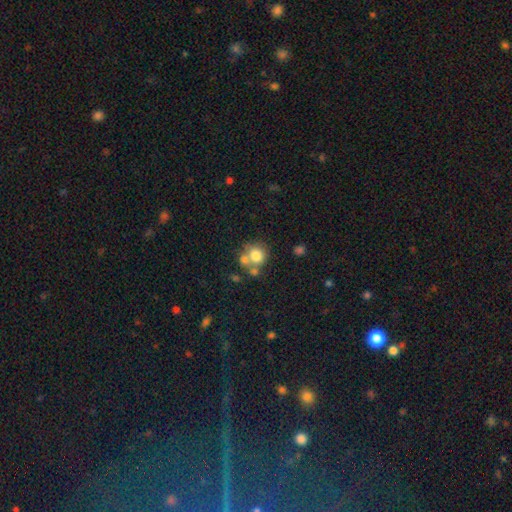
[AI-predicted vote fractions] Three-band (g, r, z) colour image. It shows a smooth galaxy with no disk features (74%) that is round (86%). Merging: none (50%).